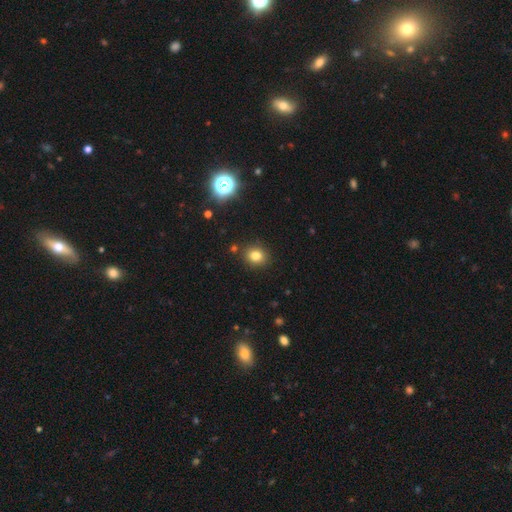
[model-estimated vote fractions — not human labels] smooth_or_featured: smooth (p=0.80) [alt: star or artifact p=0.14]
how_rounded: round (p=0.70) [alt: in between p=0.29]
merging: none (p=0.88) [alt: minor disturbance p=0.08]